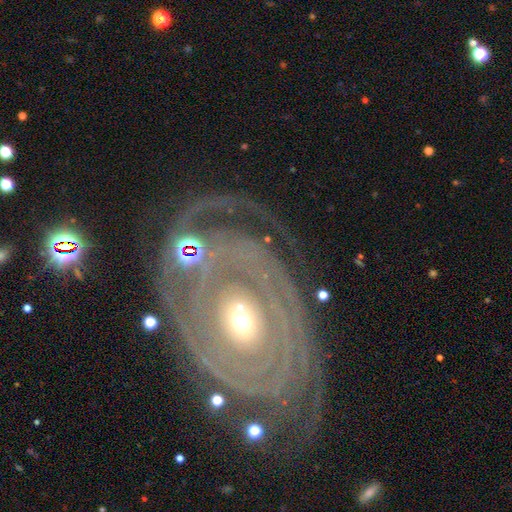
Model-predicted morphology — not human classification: Smooth or featured: featured or disk — 88% (smooth — 6%)
Edge-on disk: no — 95% (yes — 5%)
Bar: no — 75% (weak — 16%)
Spiral arms: yes — 91% (no — 9%)
Spiral winding: tight — 83% (medium — 13%)
Spiral arm count: can't tell — 32% (2 — 23%)
Bulge size: moderate — 52% (small — 41%)
Merging: none — 70% (minor disturbance — 16%)